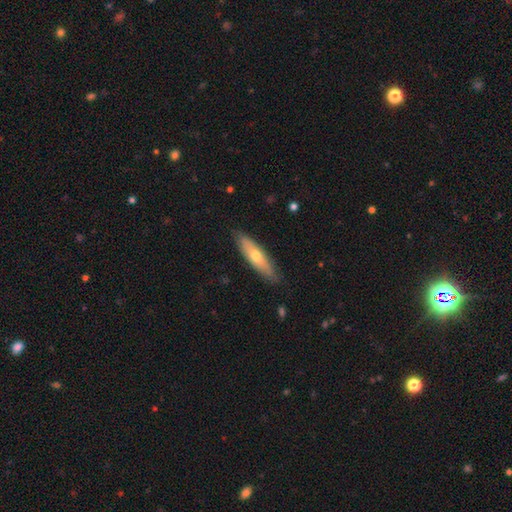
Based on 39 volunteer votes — Smooth or featured? 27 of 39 (69%) said smooth. How rounded? 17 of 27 (63%) said cigar-shaped. Merging? 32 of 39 (82%) said none.